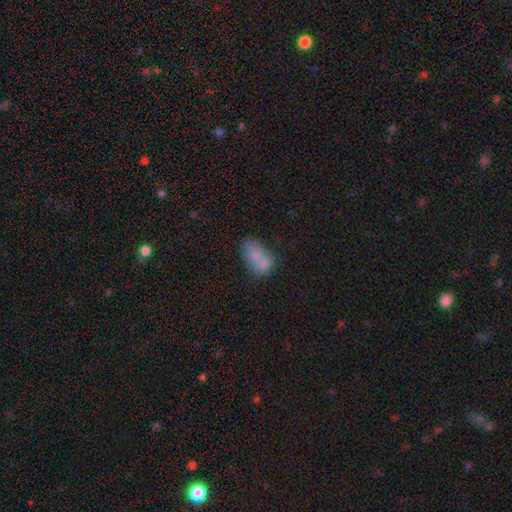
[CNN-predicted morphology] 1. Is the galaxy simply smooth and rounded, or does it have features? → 72% smooth, 19% featured or disk, 10% star or artifact.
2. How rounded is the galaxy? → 86% in between, 11% round, 3% cigar-shaped.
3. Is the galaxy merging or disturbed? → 47% merger, 31% none, 15% minor disturbance, 7% major disturbance.